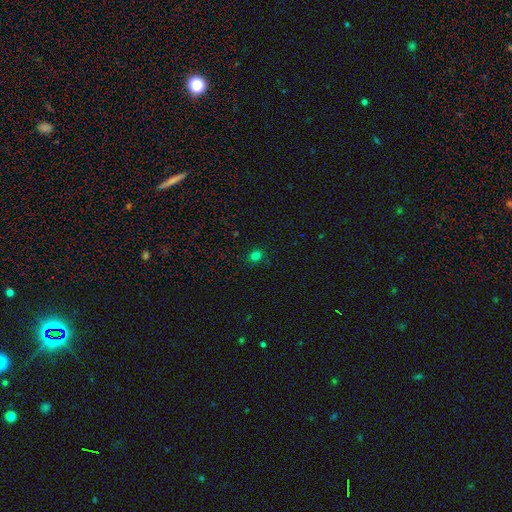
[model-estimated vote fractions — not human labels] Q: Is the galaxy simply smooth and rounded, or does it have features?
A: smooth — 79%.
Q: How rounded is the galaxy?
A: round — 72%.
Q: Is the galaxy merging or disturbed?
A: none — 88%.